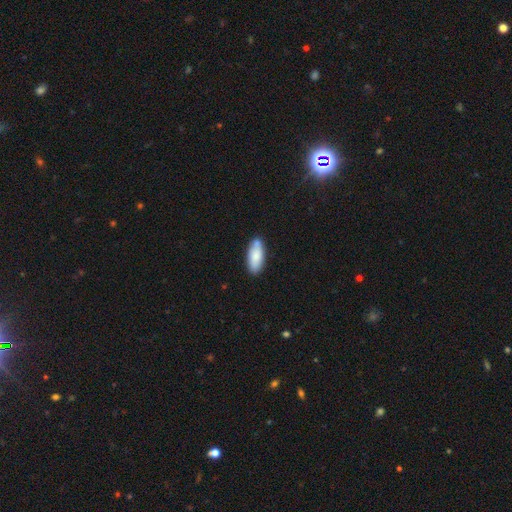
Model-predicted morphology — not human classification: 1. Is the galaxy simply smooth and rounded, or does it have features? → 82% smooth, 12% featured or disk, 6% star or artifact.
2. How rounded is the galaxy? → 81% in between, 18% cigar-shaped, 2% round.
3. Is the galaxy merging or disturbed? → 73% none, 15% minor disturbance, 9% merger, 3% major disturbance.